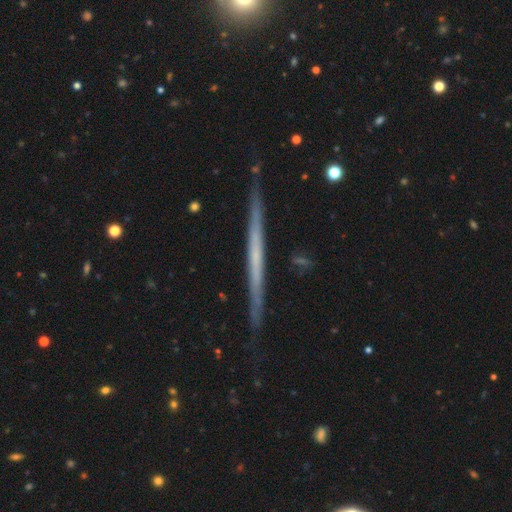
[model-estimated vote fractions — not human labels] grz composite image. It shows a featured or disk galaxy (65%) viewed edge-on (98%) with no central bulge (90%). Merging: none (89%).